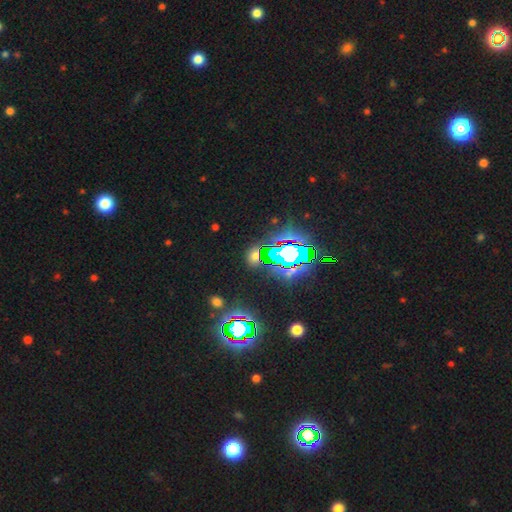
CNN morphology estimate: Overall: star or artifact (68%).